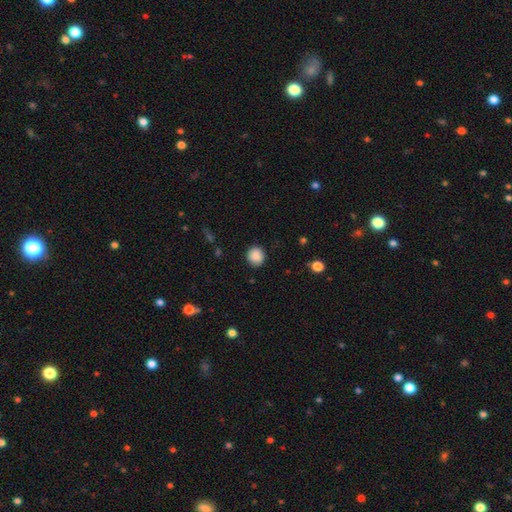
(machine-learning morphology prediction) The model was most divided on "how rounded": round: 86%, in between: 13%, cigar-shaped: 1%. More confident: merging — none (89%); smooth or featured — smooth (89%).